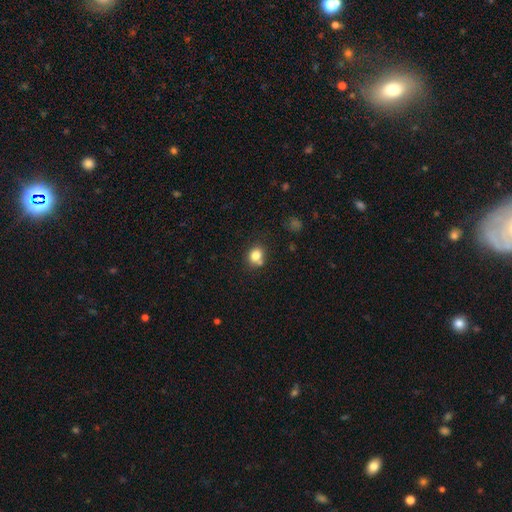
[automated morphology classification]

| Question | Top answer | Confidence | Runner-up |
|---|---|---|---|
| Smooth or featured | smooth | 80% | star or artifact (12%) |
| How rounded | round | 72% | in between (27%) |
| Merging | none | 67% | merger (16%) |